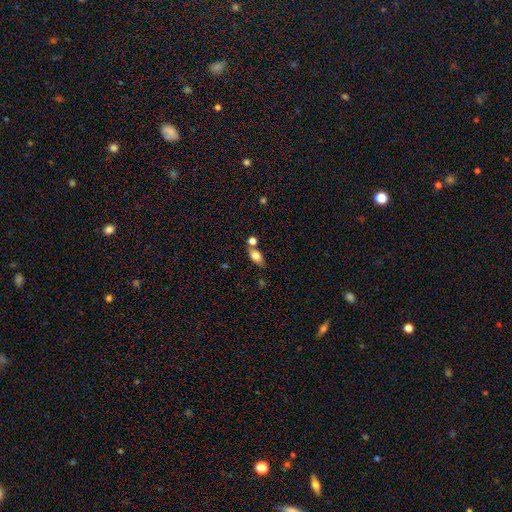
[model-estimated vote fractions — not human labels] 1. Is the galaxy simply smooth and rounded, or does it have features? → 77% smooth, 14% featured or disk, 9% star or artifact.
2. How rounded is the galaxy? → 82% in between, 11% round, 7% cigar-shaped.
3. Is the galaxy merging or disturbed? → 60% none, 21% merger, 14% minor disturbance, 5% major disturbance.